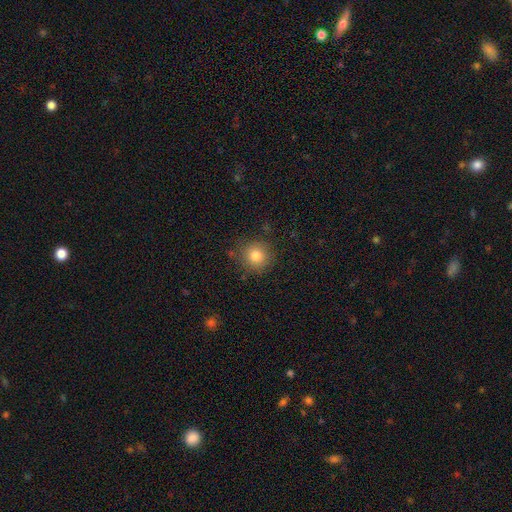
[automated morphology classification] The model was most divided on "smooth or featured": smooth: 80%, star or artifact: 12%, featured or disk: 8%. More confident: how rounded — round (92%); merging — none (85%).